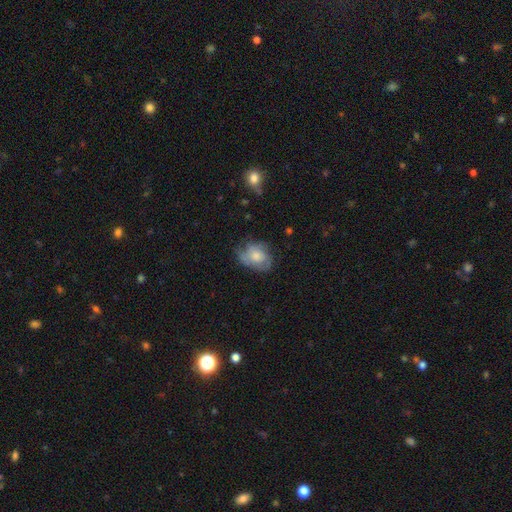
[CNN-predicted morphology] Overall: smooth (51%; featured or disk 42%). How rounded: in between (68%; round 31%). Merging: none (54%; minor disturbance 30%).